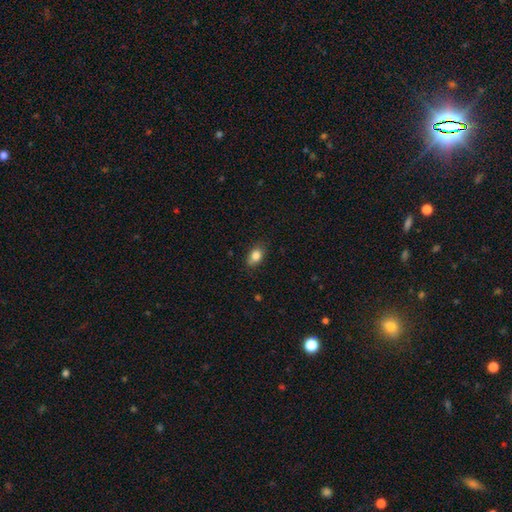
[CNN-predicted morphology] A smooth galaxy with no disk features (85%) that is in between round and cigar-shaped (77%). Merging: none (80%).